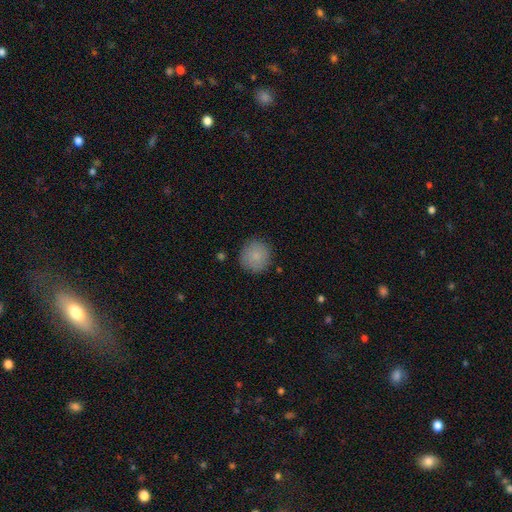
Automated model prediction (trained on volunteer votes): Smooth or featured?
  - smooth: 86% *
  - star or artifact: 7%
  - featured or disk: 7%
How rounded?
  - round: 94% *
  - in between: 5%
  - cigar-shaped: 1%
Merging?
  - none: 88% *
  - minor disturbance: 8%
  - major disturbance: 2%
  - merger: 1%